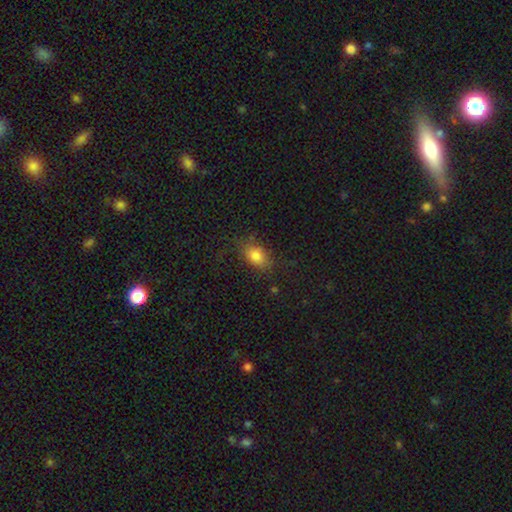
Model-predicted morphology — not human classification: A smooth galaxy with no disk features (80%) that is in between round and cigar-shaped (81%).

Vote fractions:
- Smooth or featured? smooth: 80% / star or artifact: 11% / featured or disk: 9%
- How rounded? in between: 81% / round: 16% / cigar-shaped: 3%
- Merging? none: 72% / minor disturbance: 18% / major disturbance: 8% / merger: 2%